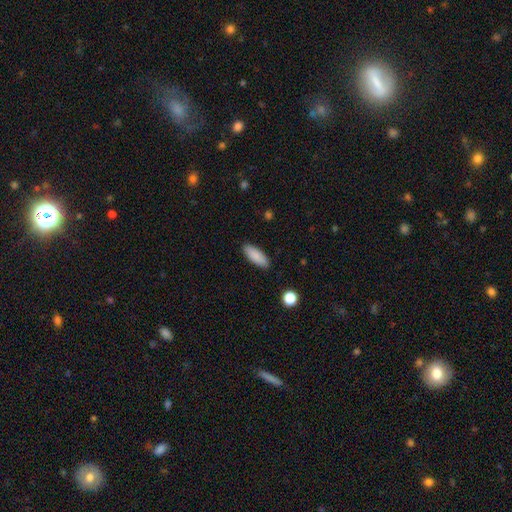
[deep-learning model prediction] Overall: smooth (88%). How rounded: in between (68%; cigar-shaped 30%). Merging: none (88%).